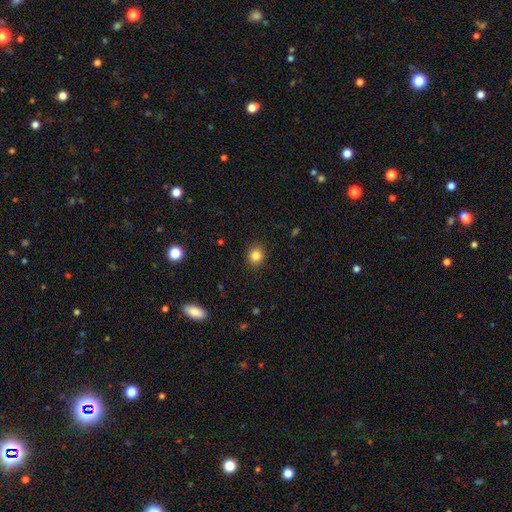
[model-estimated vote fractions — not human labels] A smooth galaxy with no disk features (84%) that is round (83%). Merging: none (90%).